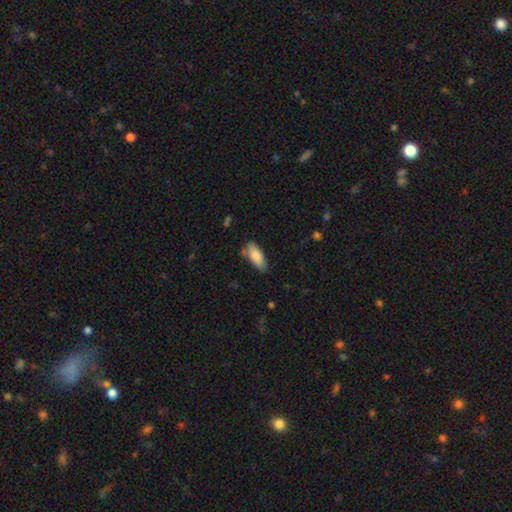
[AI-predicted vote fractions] The model was most divided on "merging": none: 69%, minor disturbance: 22%, merger: 4%, major disturbance: 4%. More confident: smooth or featured — smooth (83%); how rounded — in between (80%).